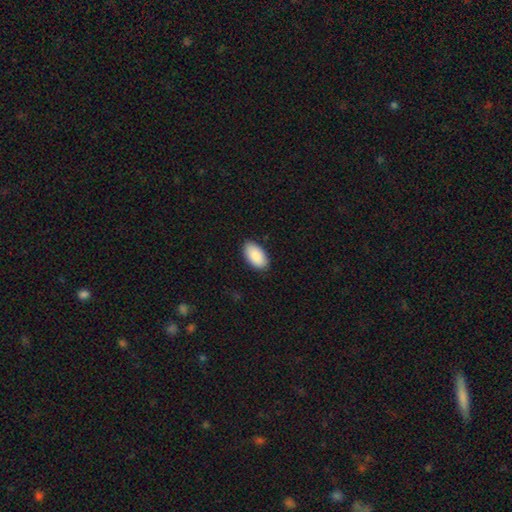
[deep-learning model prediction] Smooth or featured? smooth (89%)
How rounded? in between (96%)
Merging? none (88%)